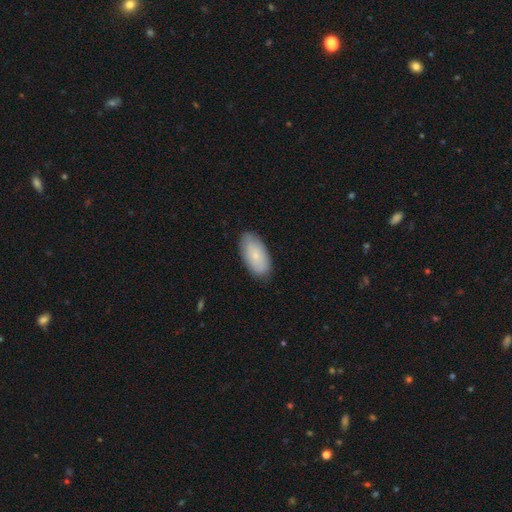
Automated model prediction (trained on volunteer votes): A smooth galaxy with no disk features (75%) that is in between round and cigar-shaped (94%).

Vote fractions:
- Smooth or featured? smooth: 75% / featured or disk: 19% / star or artifact: 6%
- How rounded? in between: 94% / cigar-shaped: 3% / round: 2%
- Merging? none: 84% / minor disturbance: 13% / major disturbance: 2% / merger: 1%